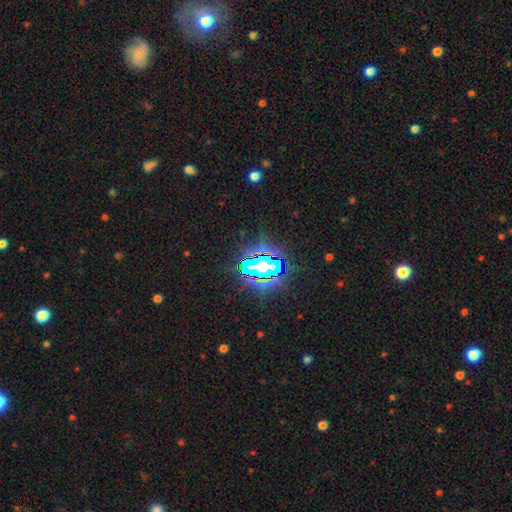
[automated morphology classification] A star or artifact, not a galaxy (80%).

Vote fractions:
- Smooth or featured? star or artifact: 80% / smooth: 12% / featured or disk: 8%